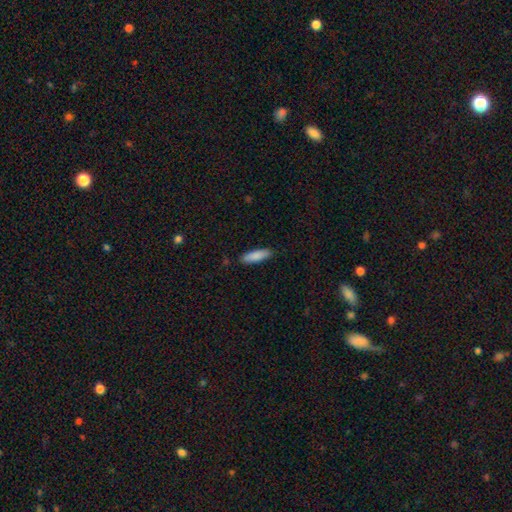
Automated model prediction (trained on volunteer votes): A smooth galaxy with no disk features (87%) that is cigar-shaped (56%).

Vote fractions:
- Smooth or featured? smooth: 87% / featured or disk: 8% / star or artifact: 6%
- How rounded? cigar-shaped: 56% / in between: 43% / round: 1%
- Merging? none: 87% / minor disturbance: 10% / major disturbance: 2% / merger: 1%